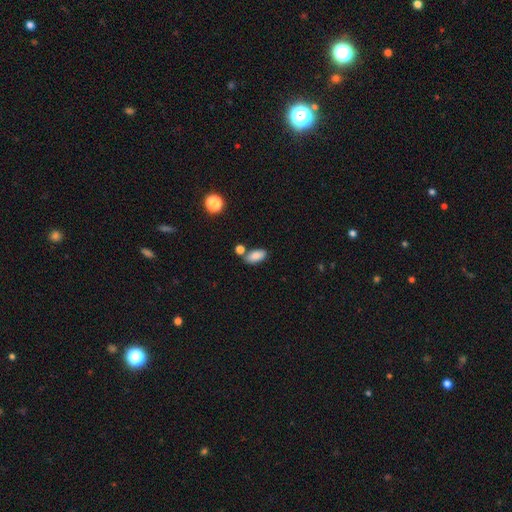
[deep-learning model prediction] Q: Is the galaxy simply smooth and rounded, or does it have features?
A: smooth — 85%.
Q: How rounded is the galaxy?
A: in between — 91%.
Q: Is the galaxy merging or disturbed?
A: none — 68%.